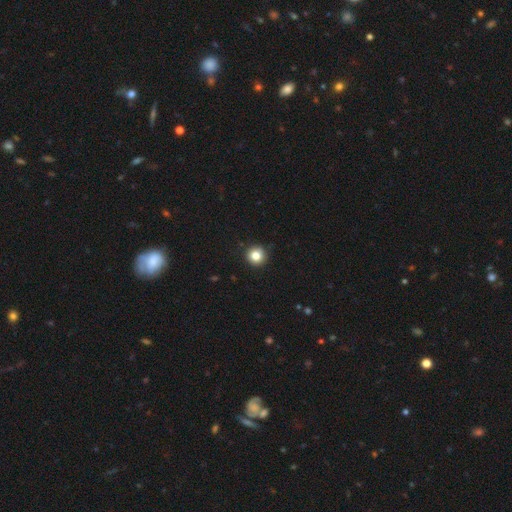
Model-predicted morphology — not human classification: Smooth or featured?
  - smooth: 82% *
  - star or artifact: 12%
  - featured or disk: 7%
How rounded?
  - round: 95% *
  - in between: 4%
  - cigar-shaped: 1%
Merging?
  - none: 92% *
  - minor disturbance: 6%
  - major disturbance: 2%
  - merger: 1%